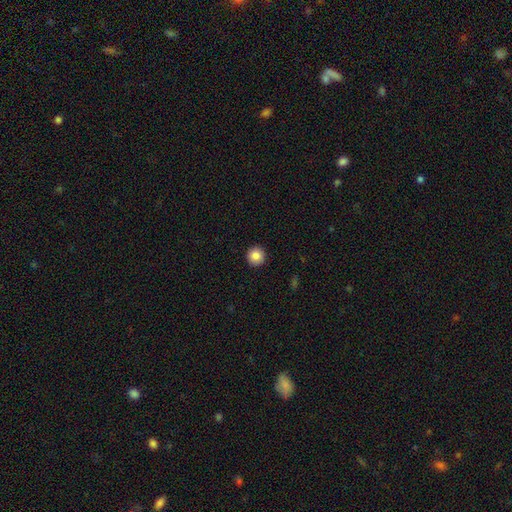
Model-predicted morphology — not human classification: This appears to be a smooth galaxy with no disk features (87%) that is round (95%). Merging: none (93%).